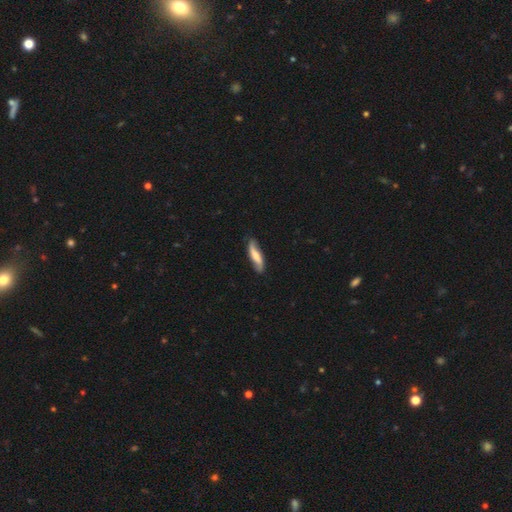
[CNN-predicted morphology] Smooth or featured?
  - featured or disk: 57% *
  - smooth: 37%
  - star or artifact: 6%
Edge-on disk?
  - no: 73% *
  - yes: 27%
Merging?
  - none: 80% *
  - minor disturbance: 15%
  - major disturbance: 3%
  - merger: 2%